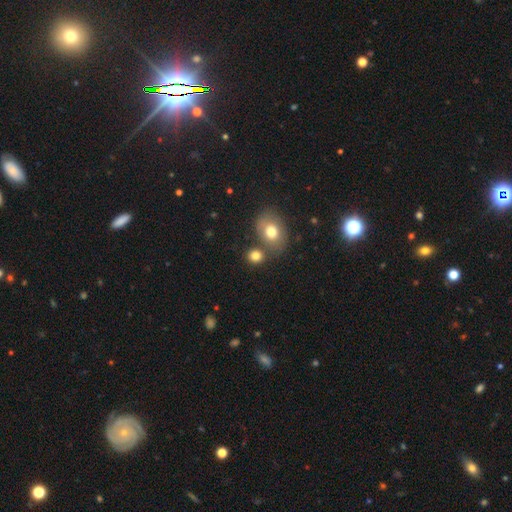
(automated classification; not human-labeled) Q: Smooth or featured?
A: smooth (80%); runner-up: star or artifact (11%)
Q: How rounded?
A: round (68%); runner-up: in between (30%)
Q: Merging?
A: none (62%); runner-up: merger (24%)